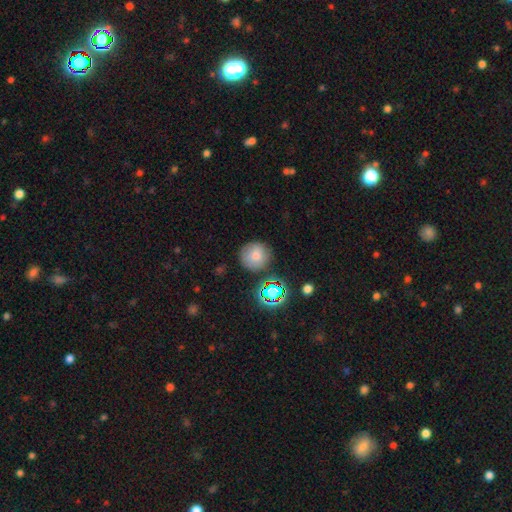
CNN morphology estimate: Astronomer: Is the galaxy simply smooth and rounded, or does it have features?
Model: smooth — 58%.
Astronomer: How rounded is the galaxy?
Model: round — 92%.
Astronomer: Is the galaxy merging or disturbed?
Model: none — 82%.